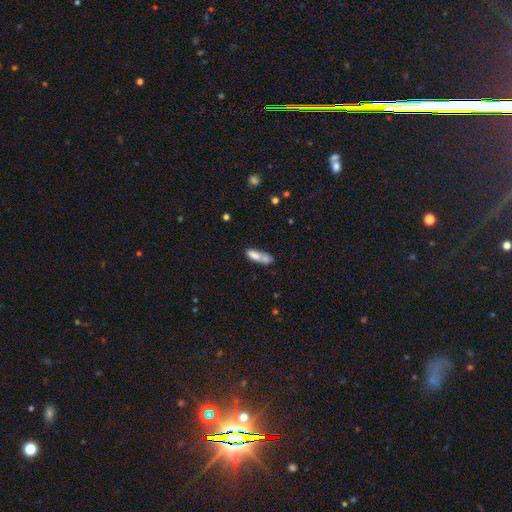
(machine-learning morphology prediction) Smooth or featured? smooth (73%)
How rounded? in between (64%)
Merging? merger (51%)